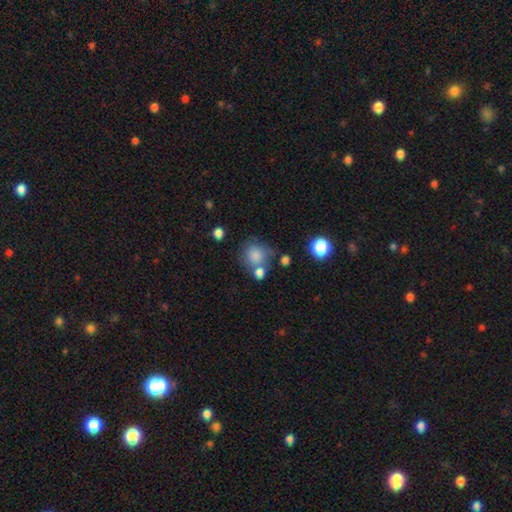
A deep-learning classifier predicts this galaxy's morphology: A smooth galaxy with no disk features (81%) that is round (82%).

Vote fractions:
- Smooth or featured? smooth: 81% / star or artifact: 11% / featured or disk: 8%
- How rounded? round: 82% / in between: 17% / cigar-shaped: 1%
- Merging? none: 52% / merger: 23% / minor disturbance: 17% / major disturbance: 9%